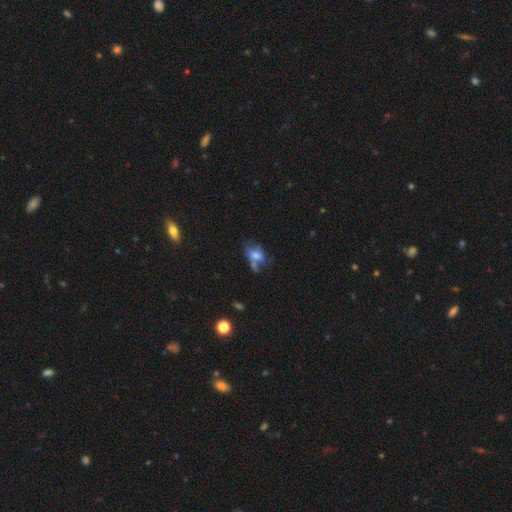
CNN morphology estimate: A smooth galaxy with no disk features (55%) that is in between round and cigar-shaped (84%). Merging: none (31%).